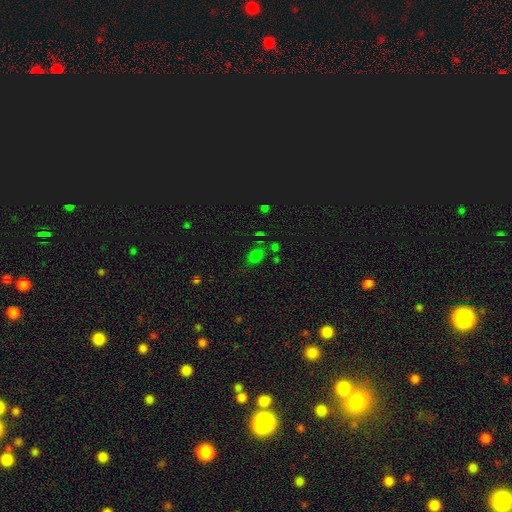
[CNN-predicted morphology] type=smooth (66%); roundness=in between (65%); merging=none (70%).